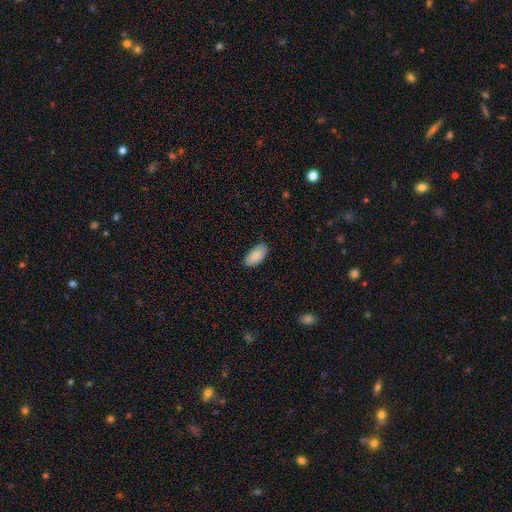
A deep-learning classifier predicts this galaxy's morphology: A smooth galaxy with no disk features (88%) that is in between round and cigar-shaped (95%).

Vote fractions:
- Smooth or featured? smooth: 88% / star or artifact: 6% / featured or disk: 6%
- How rounded? in between: 95% / cigar-shaped: 3% / round: 2%
- Merging? none: 85% / minor disturbance: 12% / major disturbance: 2% / merger: 1%